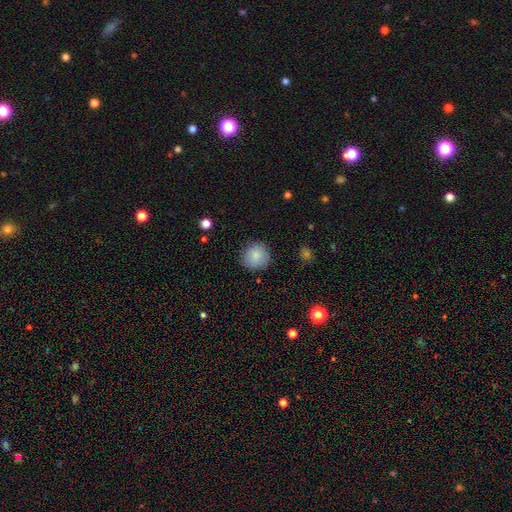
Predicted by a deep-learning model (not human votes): Smooth or featured? Predicted: smooth (p=0.85). How rounded? Predicted: round (p=0.92). Merging? Predicted: none (p=0.85).